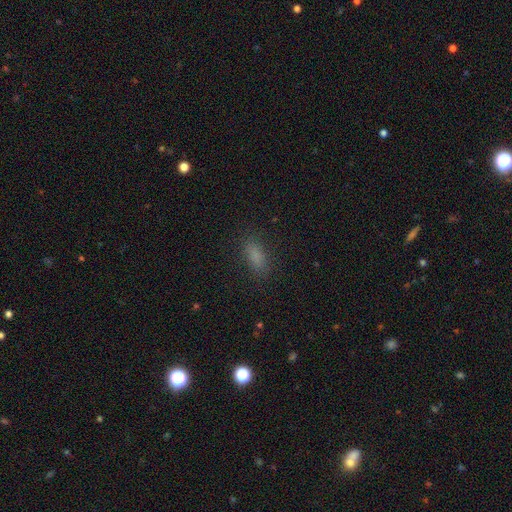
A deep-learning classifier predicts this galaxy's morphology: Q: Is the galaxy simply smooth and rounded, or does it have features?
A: smooth — 80%.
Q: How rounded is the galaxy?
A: in between — 74%.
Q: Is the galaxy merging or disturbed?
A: none — 84%.